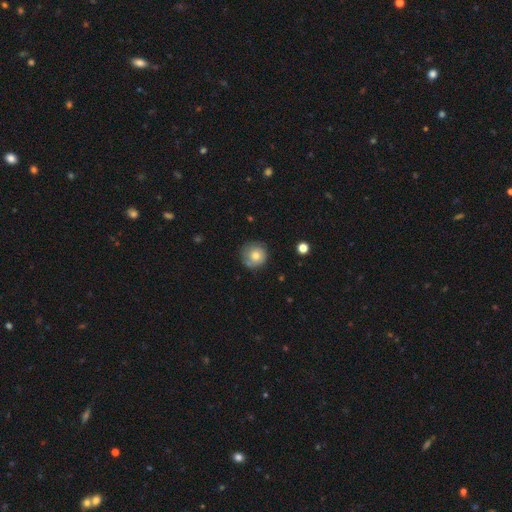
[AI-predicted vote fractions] The model was most divided on "smooth or featured": smooth: 67%, featured or disk: 24%, star or artifact: 9%. More confident: how rounded — round (92%); merging — none (75%).